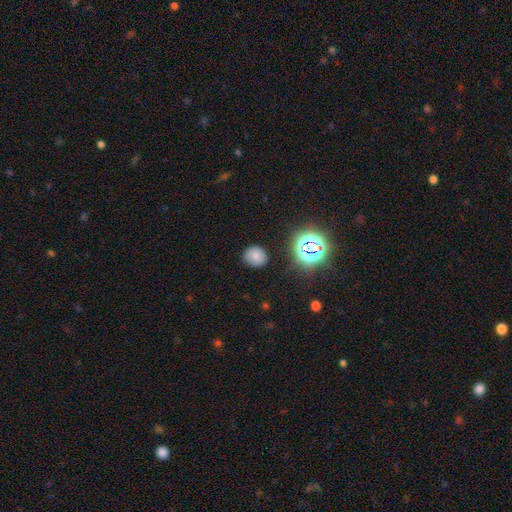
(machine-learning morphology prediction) Smooth or featured? smooth (71%)
How rounded? round (80%)
Merging? none (83%)